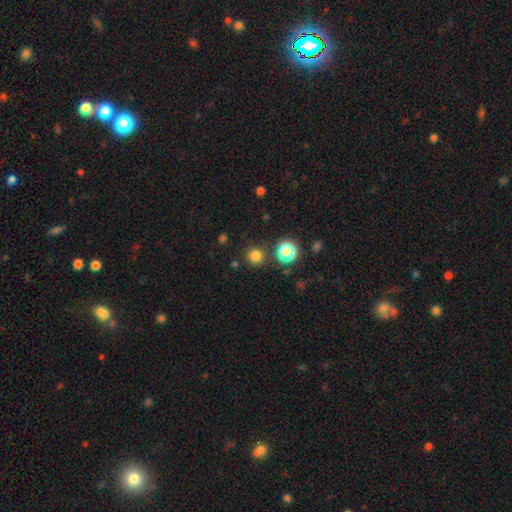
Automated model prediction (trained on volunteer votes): Smooth or featured? Predicted: smooth (p=0.77). How rounded? Predicted: round (p=0.94). Merging? Predicted: none (p=0.86).